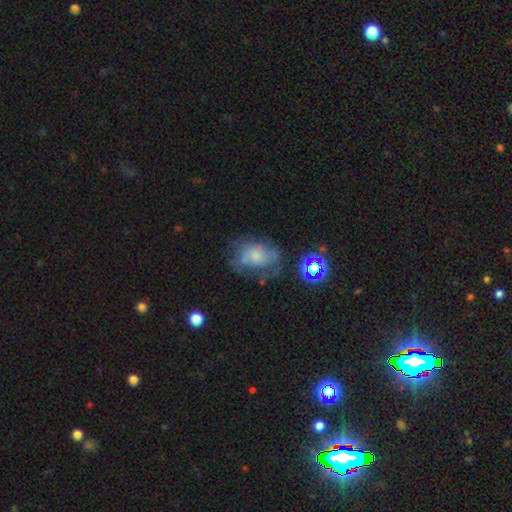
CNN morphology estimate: A smooth galaxy with no disk features (47%). Merging: none (44%).